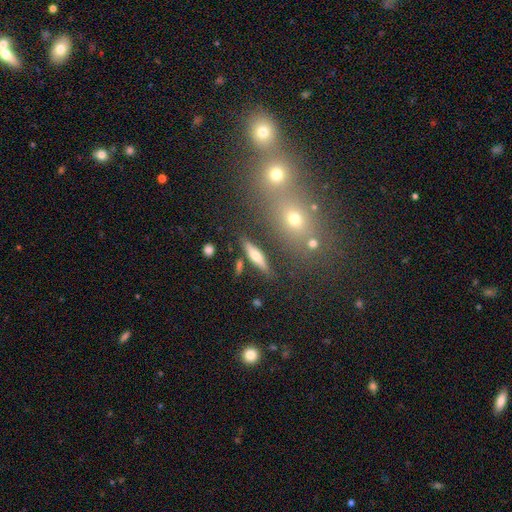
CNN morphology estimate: Smooth or featured? smooth (47%)
Merging? none (79%)